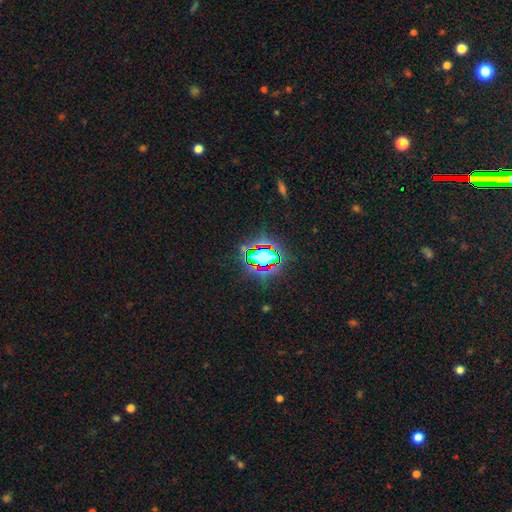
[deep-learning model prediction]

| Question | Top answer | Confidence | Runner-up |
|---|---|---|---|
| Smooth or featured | star or artifact | 77% | smooth (13%) |